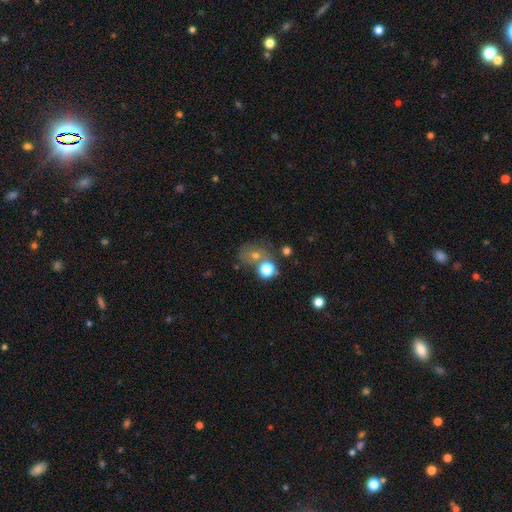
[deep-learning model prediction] smooth_or_featured: smooth (p=0.50) [alt: star or artifact p=0.30]
merging: none (p=0.52) [alt: merger p=0.23]